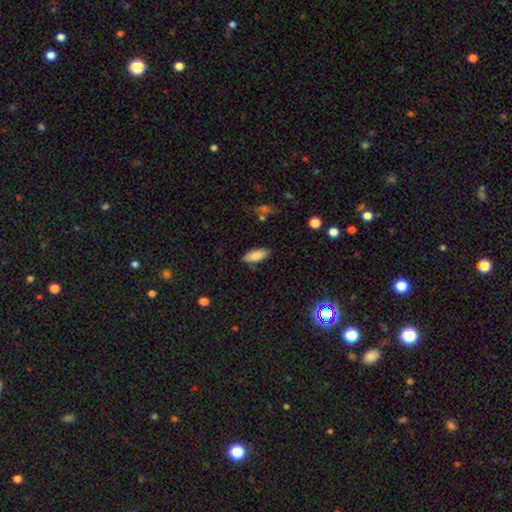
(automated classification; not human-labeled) Overall: smooth (86%). How rounded: in between (82%). Merging: none (81%).